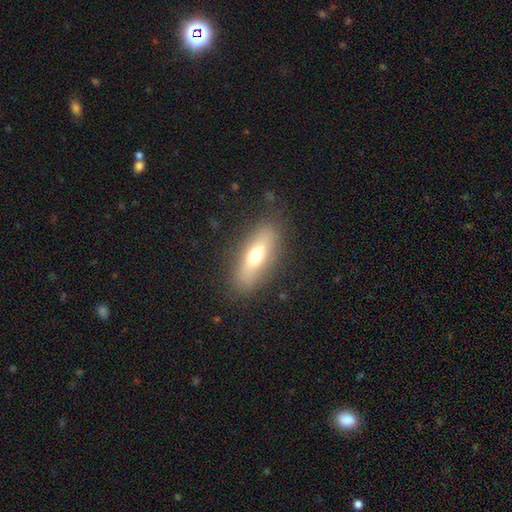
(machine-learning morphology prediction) A smooth galaxy with no disk features (60%) that is in between round and cigar-shaped (56%). Merging: none (85%).